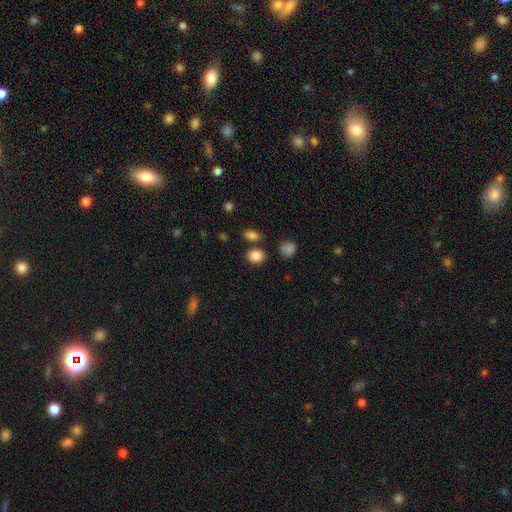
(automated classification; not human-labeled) Smooth or featured: smooth — 85% (star or artifact — 10%)
How rounded: round — 53% (in between — 46%)
Merging: none — 78% (minor disturbance — 10%)